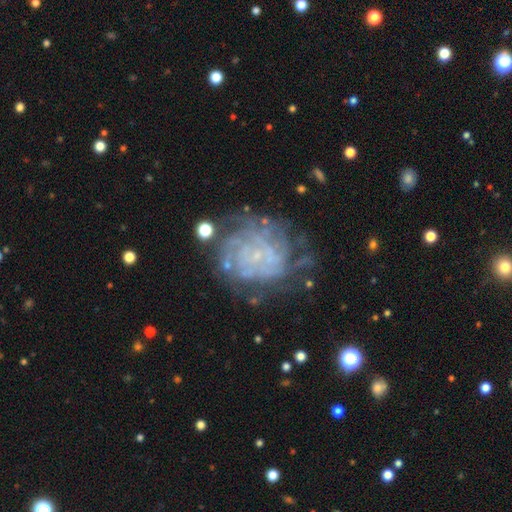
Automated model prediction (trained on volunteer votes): A featured or disk galaxy (78%) with no bar (75%), tight (72%) spiral arms (84%) and a small central bulge (76%). Merging: none (60%).